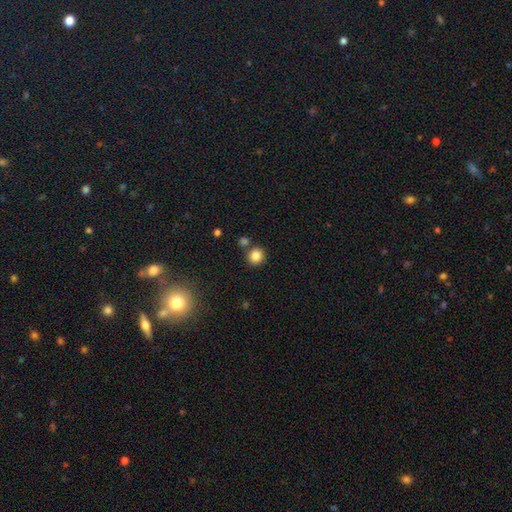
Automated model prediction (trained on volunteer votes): smooth-or-featured: smooth: 85% | star or artifact: 10% | featured or disk: 4%
  how-rounded: round: 90% | in between: 9% | cigar-shaped: 1%
  merging: none: 79% | merger: 11% | minor disturbance: 8% | major disturbance: 3%